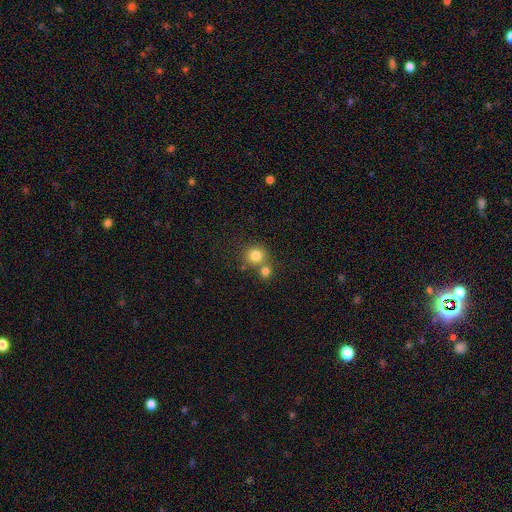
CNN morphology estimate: Smooth or featured? Predicted: smooth (p=0.81). How rounded? Predicted: round (p=0.90). Merging? Predicted: none (p=0.58).